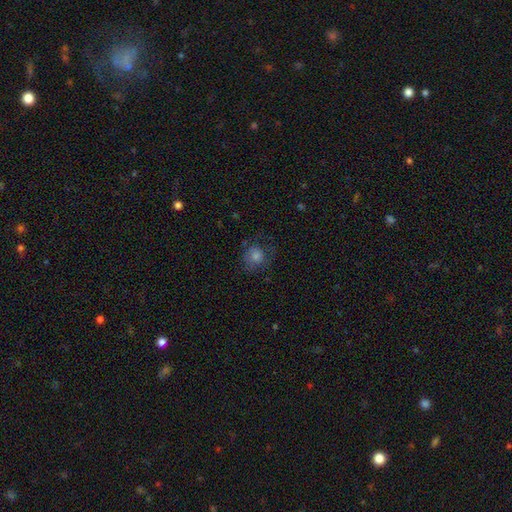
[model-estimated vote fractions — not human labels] The model was most divided on "smooth or featured": smooth: 63%, featured or disk: 19%, star or artifact: 18%. More confident: how rounded — round (84%); merging — none (66%).